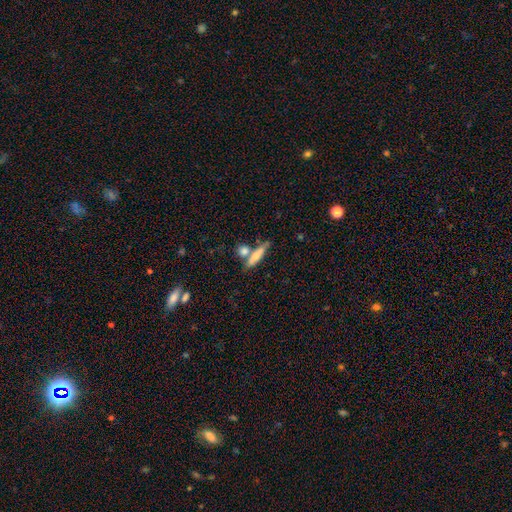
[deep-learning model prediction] Smooth or featured: smooth — 67% (featured or disk — 26%)
How rounded: cigar-shaped — 69% (in between — 25%)
Merging: none — 54% (merger — 29%)